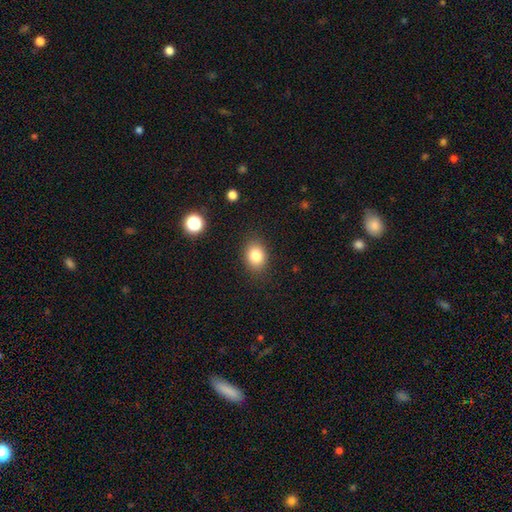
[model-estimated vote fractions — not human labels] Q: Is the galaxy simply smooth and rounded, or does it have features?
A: smooth — 82%.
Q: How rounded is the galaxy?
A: in between — 58%.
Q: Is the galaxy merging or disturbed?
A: none — 86%.